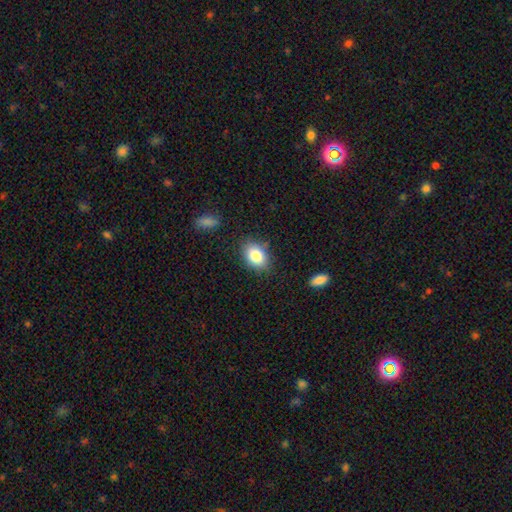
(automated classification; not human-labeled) A smooth galaxy with no disk features (83%) that is in between round and cigar-shaped (76%).

Vote fractions:
- Smooth or featured? smooth: 83% / star or artifact: 9% / featured or disk: 8%
- How rounded? in between: 76% / round: 22% / cigar-shaped: 1%
- Merging? none: 81% / minor disturbance: 13% / major disturbance: 3% / merger: 2%